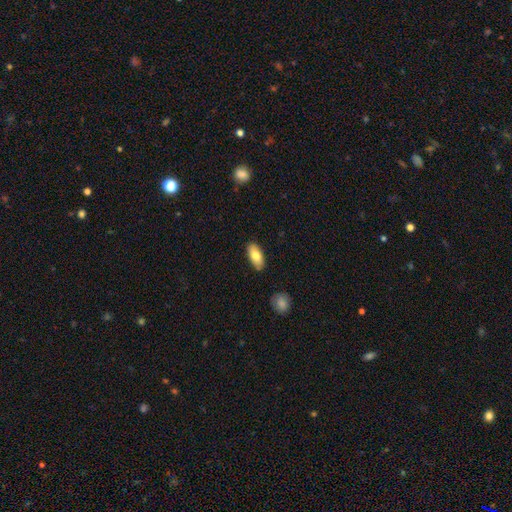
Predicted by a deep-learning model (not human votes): smooth-or-featured: smooth: 77% | featured or disk: 16% | star or artifact: 6%
  how-rounded: in between: 89% | cigar-shaped: 8% | round: 2%
  merging: none: 85% | minor disturbance: 11% | major disturbance: 2% | merger: 2%